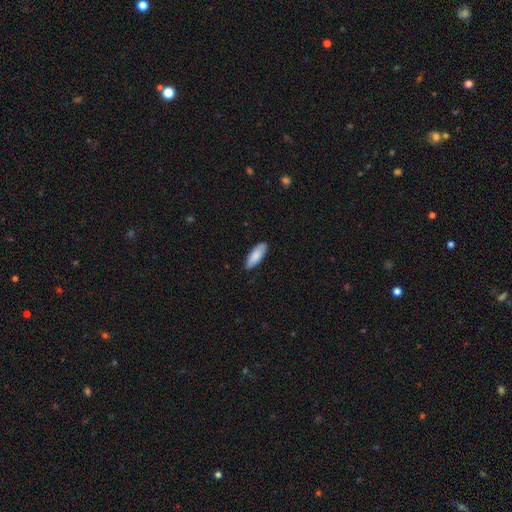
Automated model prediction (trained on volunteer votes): This is clearly a smooth galaxy (87%). How rounded: likely in between (65%). Merging: clearly none (85%).